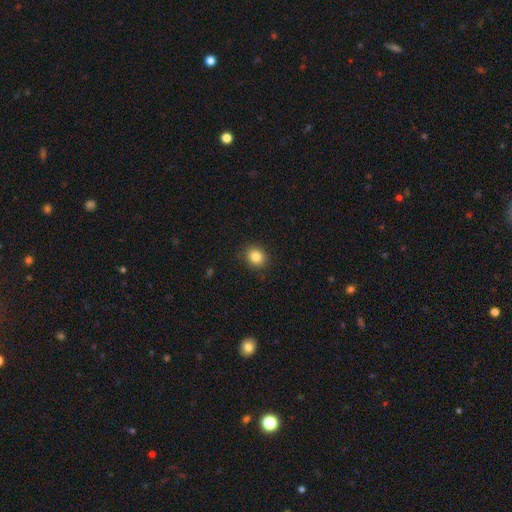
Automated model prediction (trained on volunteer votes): smooth_or_featured: smooth (p=0.84) [alt: star or artifact p=0.10]
how_rounded: round (p=0.71) [alt: in between p=0.29]
merging: none (p=0.89) [alt: minor disturbance p=0.08]